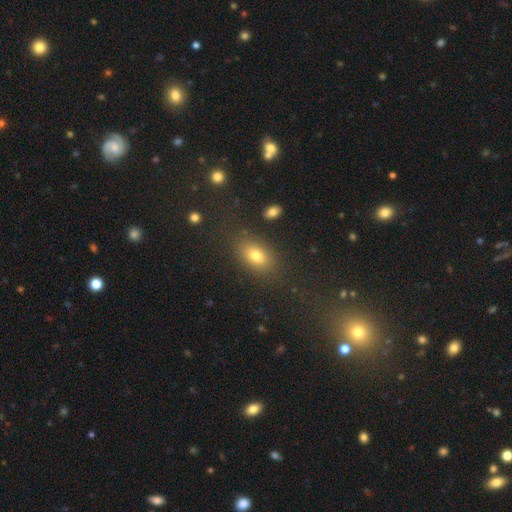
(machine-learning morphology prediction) smooth-or-featured: smooth: 75% | star or artifact: 14% | featured or disk: 12%
  how-rounded: in between: 79% | round: 18% | cigar-shaped: 3%
  merging: none: 82% | minor disturbance: 11% | major disturbance: 5% | merger: 2%